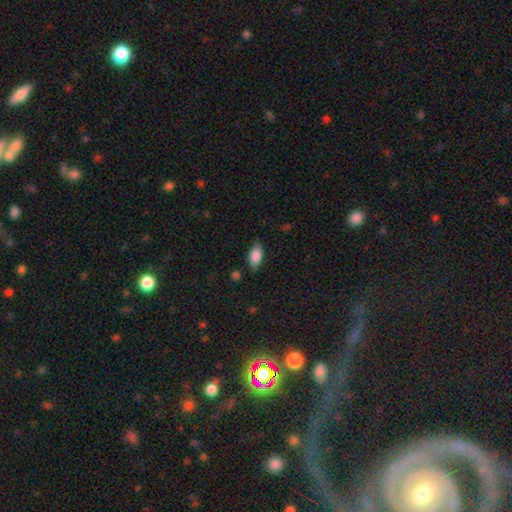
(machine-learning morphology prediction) A smooth galaxy with no disk features (86%) that is in between round and cigar-shaped (91%).

Vote fractions:
- Smooth or featured? smooth: 86% / featured or disk: 7% / star or artifact: 7%
- How rounded? in between: 91% / cigar-shaped: 6% / round: 3%
- Merging? none: 81% / minor disturbance: 15% / major disturbance: 3% / merger: 2%